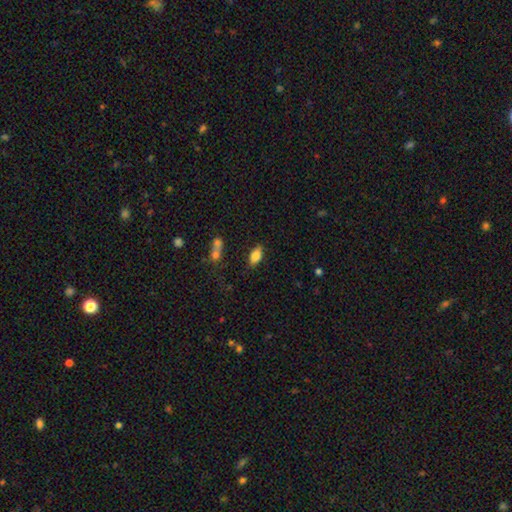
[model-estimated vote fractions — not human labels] A smooth galaxy with no disk features (77%) that is in between round and cigar-shaped (87%).

Vote fractions:
- Smooth or featured? smooth: 77% / featured or disk: 15% / star or artifact: 8%
- How rounded? in between: 87% / cigar-shaped: 10% / round: 4%
- Merging? none: 78% / minor disturbance: 13% / merger: 5% / major disturbance: 4%